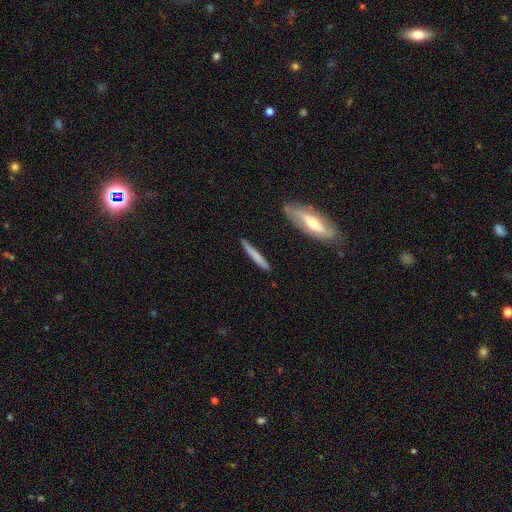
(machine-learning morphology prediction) This appears to be a smooth galaxy with no disk features (65%) that is cigar-shaped (94%). Merging: none (84%).